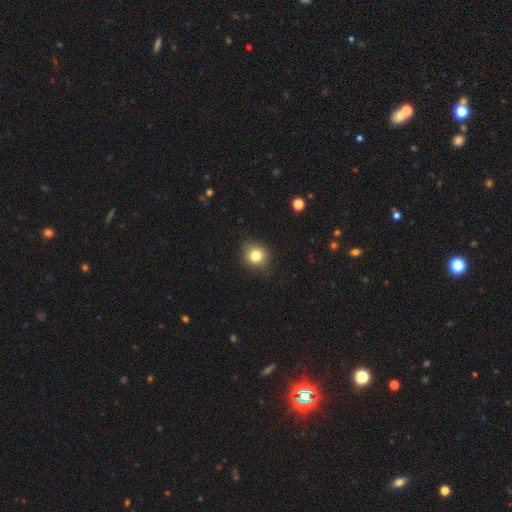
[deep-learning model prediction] smooth 81%, star or artifact 12%, featured or disk 8%. Down the decision tree: how rounded — round (81%); merging — none (85%).